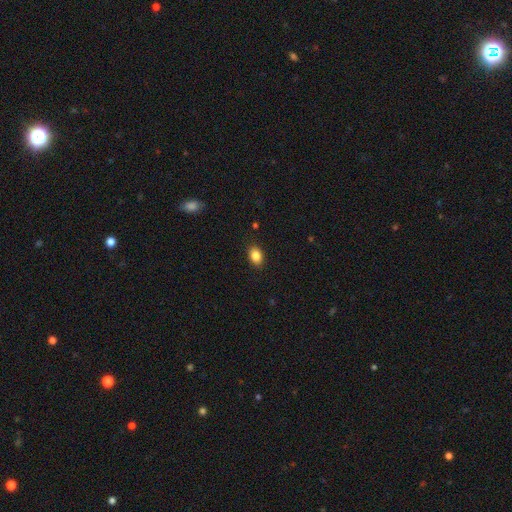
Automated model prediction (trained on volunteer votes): The model was most divided on "how rounded": in between: 76%, round: 23%, cigar-shaped: 1%. More confident: merging — none (88%); smooth or featured — smooth (85%).